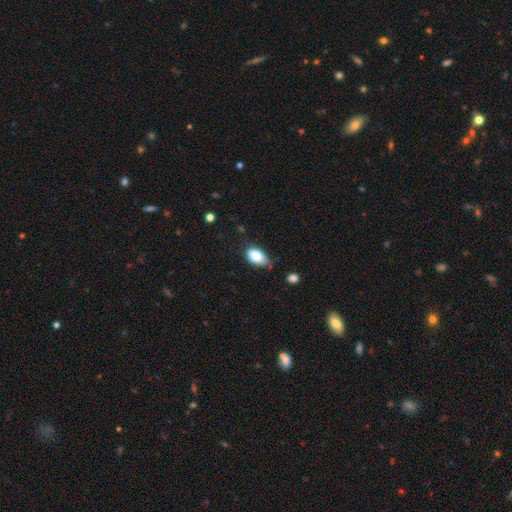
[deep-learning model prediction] smooth-or-featured: smooth: 80% | featured or disk: 12% | star or artifact: 8%
  how-rounded: in between: 89% | round: 9% | cigar-shaped: 2%
  merging: none: 49% | minor disturbance: 39% | major disturbance: 9% | merger: 4%